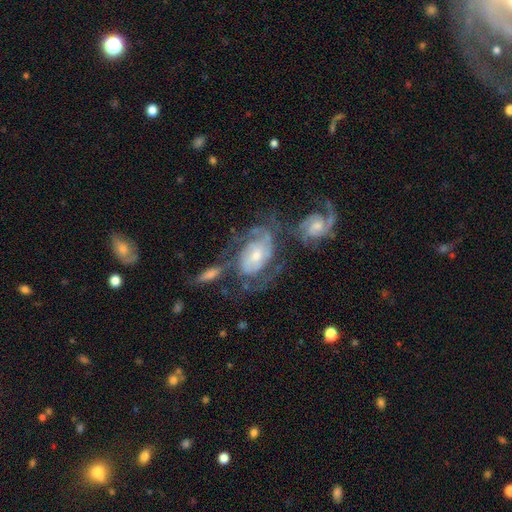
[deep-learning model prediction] smooth_or_featured: featured or disk (p=0.79) [alt: smooth p=0.14]
disk_edge_on: no (p=0.96) [alt: yes p=0.04]
bar: no (p=0.59) [alt: weak p=0.32]
has_spiral_arms: yes (p=0.91) [alt: no p=0.09]
spiral_winding: tight (p=0.51) [alt: medium p=0.36]
spiral_arm_count: 2 (p=0.42) [alt: can't tell p=0.31]
bulge_size: moderate (p=0.47) [alt: small p=0.44]
merging: none (p=0.33) [alt: merger p=0.31]